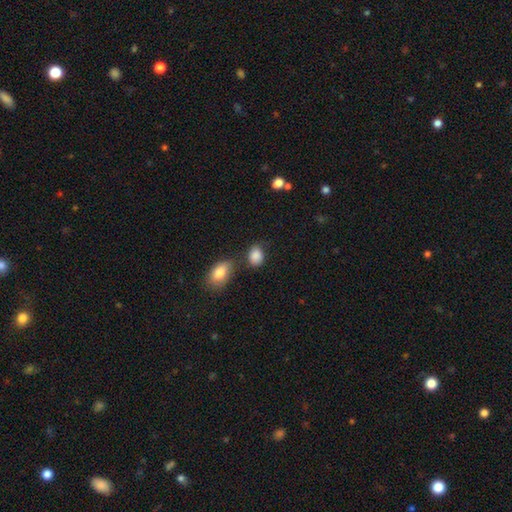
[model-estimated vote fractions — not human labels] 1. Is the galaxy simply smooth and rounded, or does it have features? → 87% smooth, 8% star or artifact, 5% featured or disk.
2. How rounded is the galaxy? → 68% in between, 30% round, 1% cigar-shaped.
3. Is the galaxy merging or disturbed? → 64% none, 20% minor disturbance, 11% merger, 5% major disturbance.